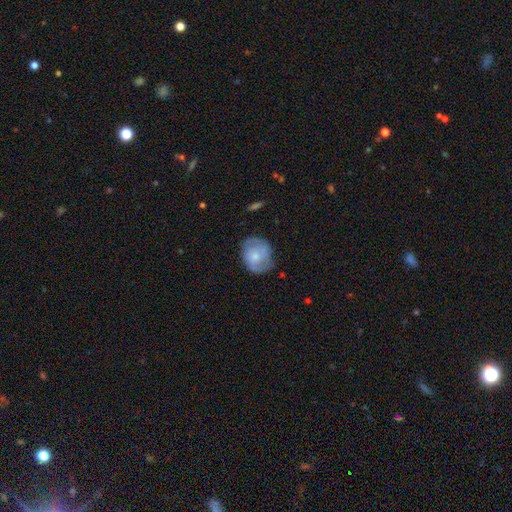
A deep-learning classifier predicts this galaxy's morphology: smooth-or-featured: featured or disk: 49% | smooth: 45% | star or artifact: 7%
  merging: none: 64% | minor disturbance: 25% | major disturbance: 9% | merger: 2%